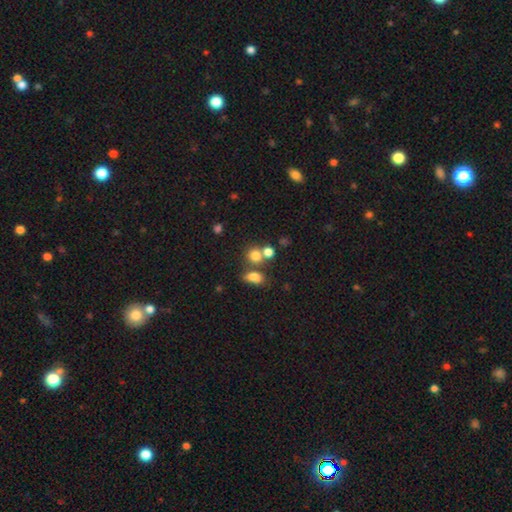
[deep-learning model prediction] Smooth or featured? smooth (76%)
How rounded? round (72%)
Merging? none (52%)